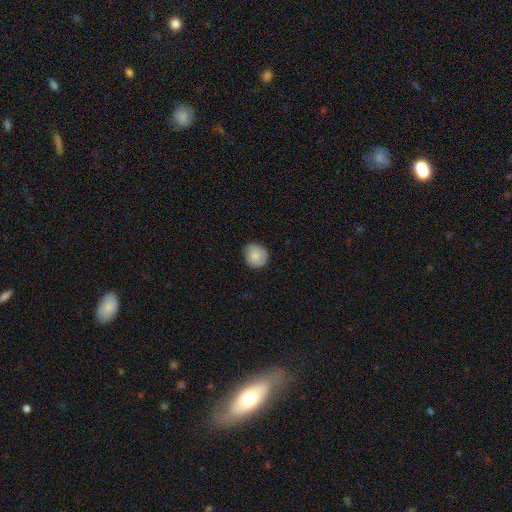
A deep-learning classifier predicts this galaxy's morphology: Overall: smooth (82%). How rounded: round (87%). Merging: none (79%).